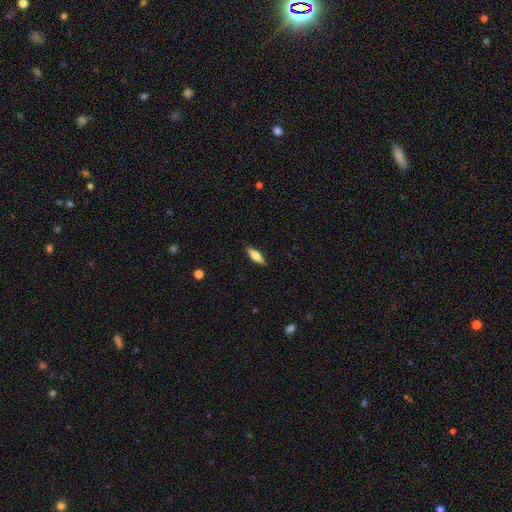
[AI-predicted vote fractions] Smooth or featured: smooth — 55% (featured or disk — 39%)
How rounded: cigar-shaped — 50% (in between — 47%)
Merging: none — 88% (minor disturbance — 9%)